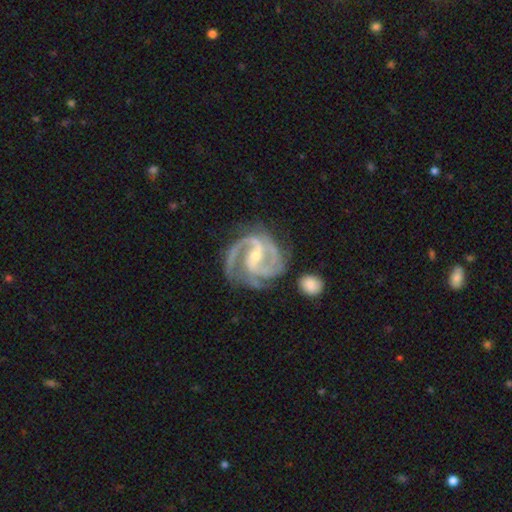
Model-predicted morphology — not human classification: type=featured or disk (94%); edge-on=no (98%); bar=weak (41%); spiral arms=yes (99%); winding=medium (52%); arm count=2 (56%); bulge=small (56%); merging=none (67%).